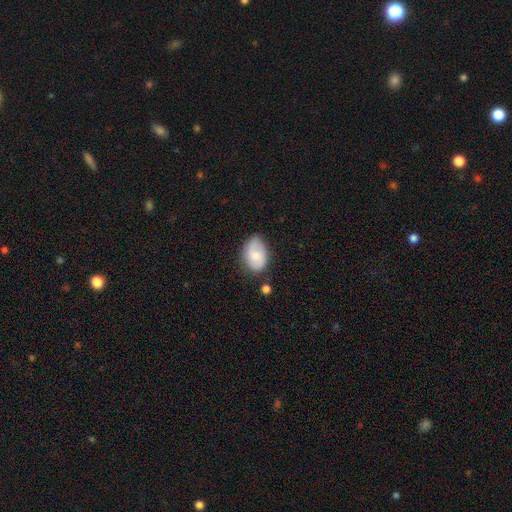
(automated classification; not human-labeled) Morphology: type=smooth (67%); roundness=in between (83%); merging=none (65%).